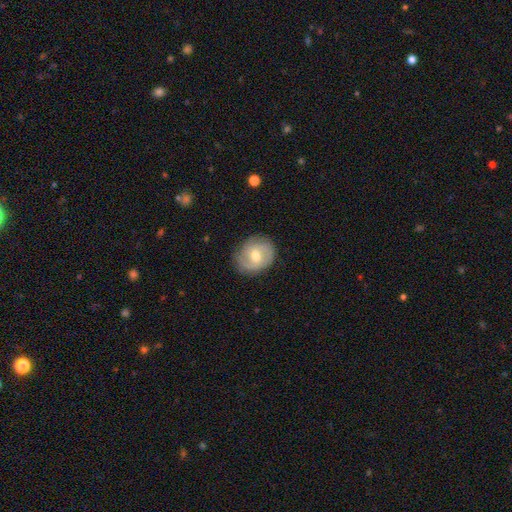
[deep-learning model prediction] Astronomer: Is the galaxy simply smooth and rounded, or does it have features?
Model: featured or disk — 51% (runner-up: smooth, 42%).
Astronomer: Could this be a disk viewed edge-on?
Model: no — 96%.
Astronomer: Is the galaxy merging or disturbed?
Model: none — 78%.